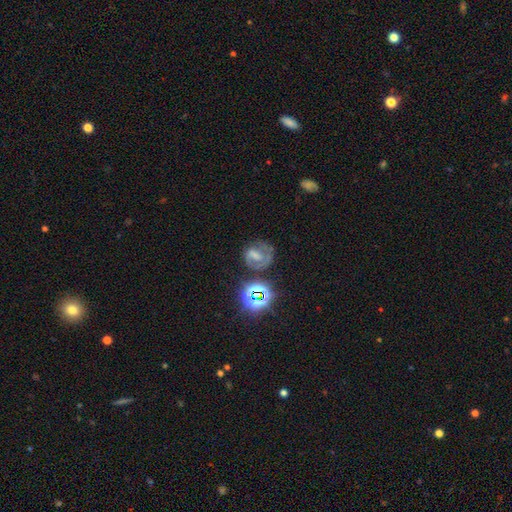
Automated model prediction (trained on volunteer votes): A featured or disk galaxy (55%) with a weak bar (40%), spiral arms (76%) and no central bulge (34%).

Vote fractions:
- Smooth or featured? featured or disk: 55% / smooth: 26% / star or artifact: 20%
- Edge-on disk? no: 97% / yes: 3%
- Bar? weak: 40% / strong: 32% / no: 28%
- Spiral arms? yes: 76% / no: 24%
- Bulge size? none: 34% / moderate: 26% / small: 25% / large: 12% / dominant: 3%
- Merging? none: 55% / minor disturbance: 21% / major disturbance: 19% / merger: 5%